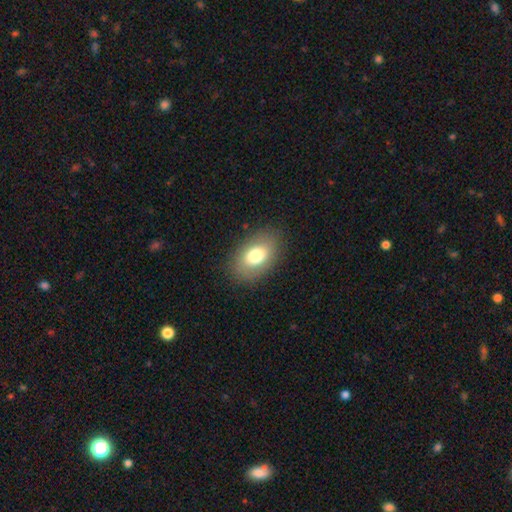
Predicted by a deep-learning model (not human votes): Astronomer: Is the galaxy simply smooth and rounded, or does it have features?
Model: smooth — 74%.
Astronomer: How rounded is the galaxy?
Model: in between — 86%.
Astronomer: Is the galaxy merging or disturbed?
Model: none — 85%.